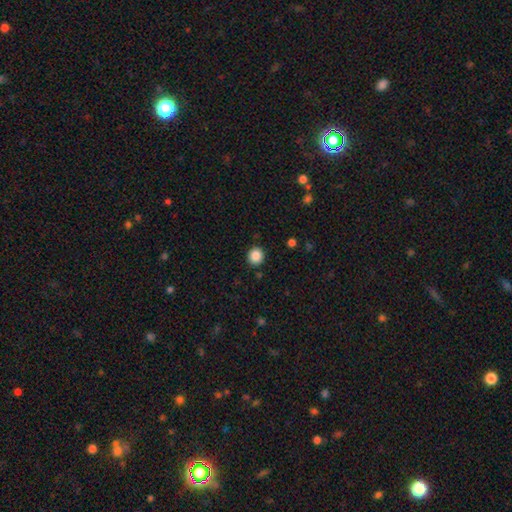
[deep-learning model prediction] smooth-or-featured: smooth: 87% | star or artifact: 10% | featured or disk: 3%
  how-rounded: round: 90% | in between: 9% | cigar-shaped: 1%
  merging: none: 91% | minor disturbance: 6% | major disturbance: 2% | merger: 1%